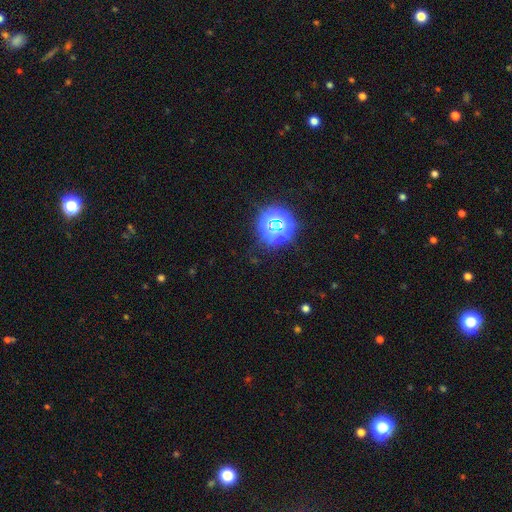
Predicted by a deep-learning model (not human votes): A star or artifact, not a galaxy (77%).

Vote fractions:
- Smooth or featured? star or artifact: 77% / smooth: 16% / featured or disk: 7%